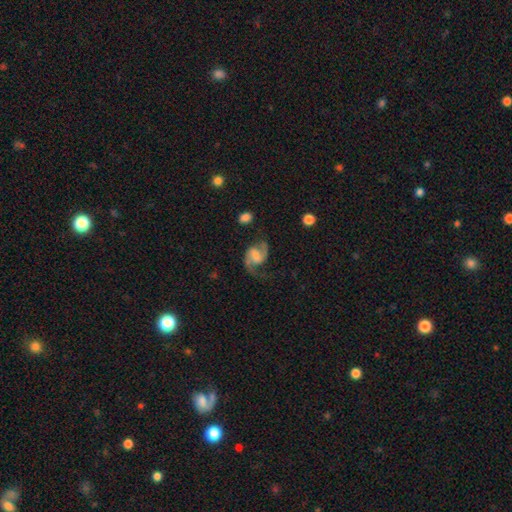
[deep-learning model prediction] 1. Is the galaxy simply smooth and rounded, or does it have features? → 87% featured or disk, 8% smooth, 6% star or artifact.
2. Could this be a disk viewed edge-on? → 98% no, 2% yes.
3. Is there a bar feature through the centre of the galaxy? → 47% weak, 33% no, 20% strong.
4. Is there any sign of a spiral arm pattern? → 97% yes, 3% no.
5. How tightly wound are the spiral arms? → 50% medium, 39% loose, 11% tight.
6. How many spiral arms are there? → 92% 2, 3% 1, 2% can't tell, 1% 3, 1% 4, 1% more than 4.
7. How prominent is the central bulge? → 46% none, 19% moderate, 19% small, 14% large, 3% dominant.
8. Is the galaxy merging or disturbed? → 69% none, 17% minor disturbance, 12% major disturbance, 3% merger.